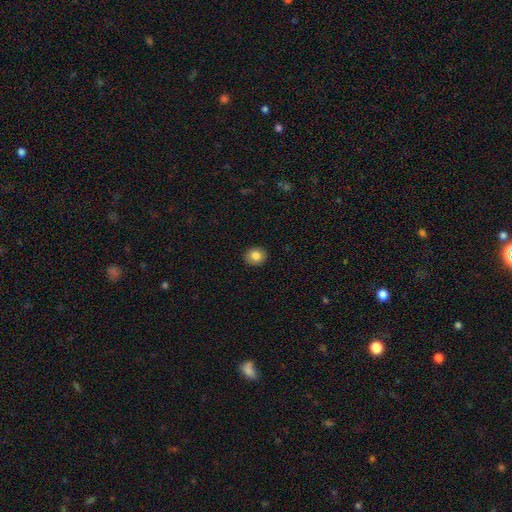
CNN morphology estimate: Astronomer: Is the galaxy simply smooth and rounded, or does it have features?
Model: smooth — 84%.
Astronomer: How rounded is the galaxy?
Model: round — 71%.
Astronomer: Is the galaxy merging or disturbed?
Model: none — 90%.